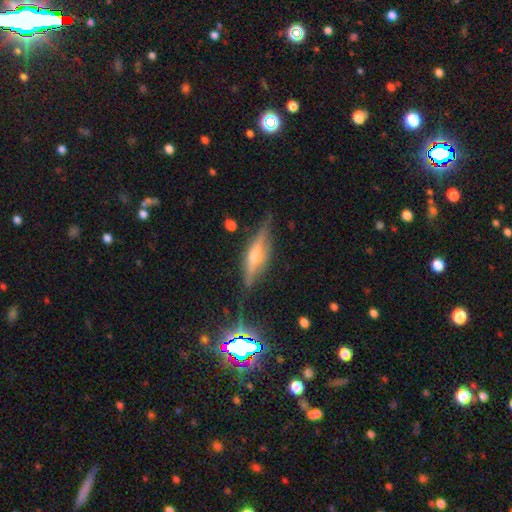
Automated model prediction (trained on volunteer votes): A featured or disk galaxy (72%) viewed edge-on (94%) with a rounded central bulge (90%). Merging: none (79%).